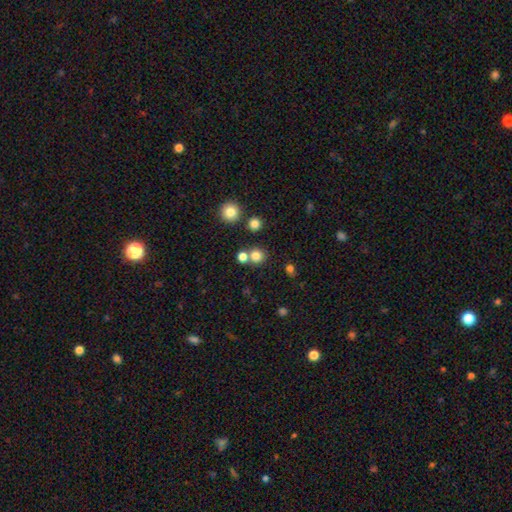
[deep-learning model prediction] Smooth or featured?
  - smooth: 78% *
  - star or artifact: 15%
  - featured or disk: 7%
How rounded?
  - round: 90% *
  - in between: 9%
  - cigar-shaped: 1%
Merging?
  - none: 70% *
  - merger: 20%
  - minor disturbance: 7%
  - major disturbance: 3%